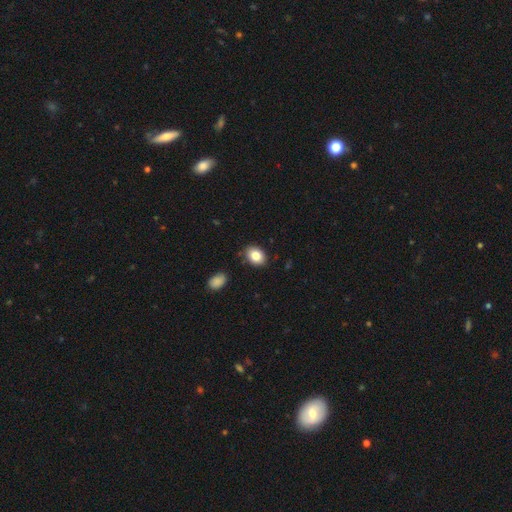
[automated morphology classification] This appears to be a smooth galaxy with no disk features (84%) that is in between round and cigar-shaped (72%). Merging: none (84%).